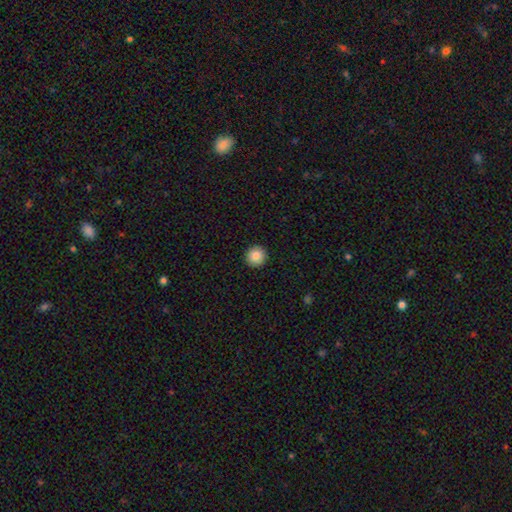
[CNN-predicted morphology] Smooth or featured?
  - smooth: 85% *
  - star or artifact: 9%
  - featured or disk: 6%
How rounded?
  - round: 95% *
  - in between: 4%
  - cigar-shaped: 1%
Merging?
  - none: 93% *
  - minor disturbance: 4%
  - major disturbance: 1%
  - merger: 1%